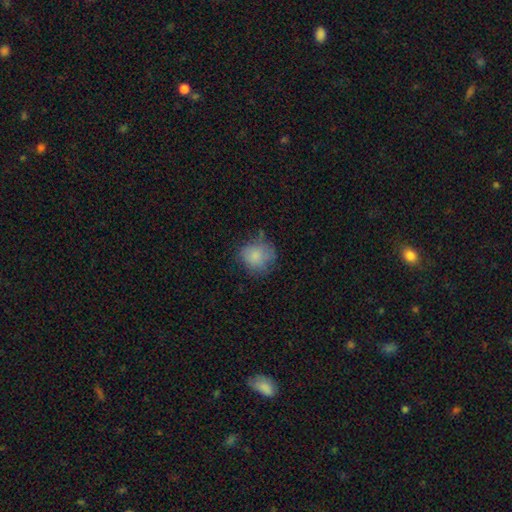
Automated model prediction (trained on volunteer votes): The model was most divided on "merging": none: 61%, minor disturbance: 26%, major disturbance: 10%, merger: 2%. More confident: how rounded — round (82%); smooth or featured — smooth (80%).